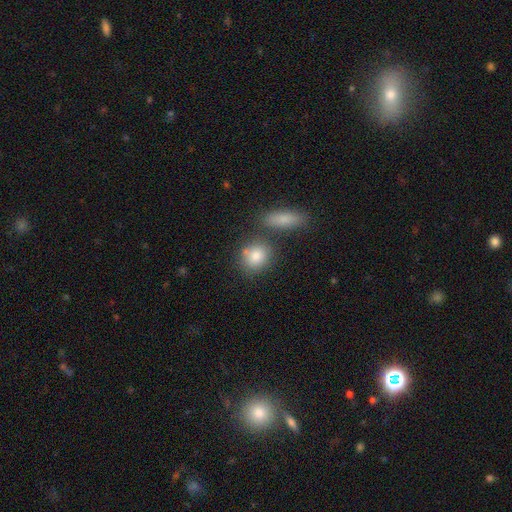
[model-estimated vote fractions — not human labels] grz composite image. It shows a smooth galaxy with no disk features (82%) that is round (66%). Merging: none (66%).